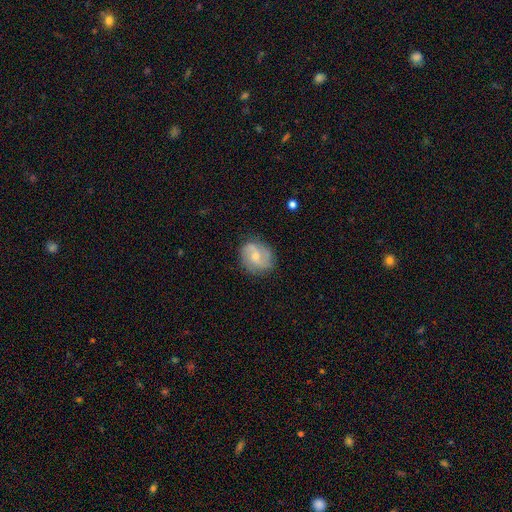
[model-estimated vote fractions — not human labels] A featured or disk galaxy (60%) with no bar (52%), 2 (71%) medium (45%) spiral arms (88%) and a moderate central bulge (48%).

Vote fractions:
- Smooth or featured? featured or disk: 60% / smooth: 33% / star or artifact: 7%
- Edge-on disk? no: 97% / yes: 3%
- Bar? no: 52% / weak: 41% / strong: 8%
- Spiral arms? yes: 88% / no: 12%
- Spiral winding? medium: 45% / loose: 31% / tight: 24%
- Spiral arm count? 2: 71% / can't tell: 14% / 3: 8% / 1: 3% / 4: 2% / more than 4: 2%
- Bulge size? moderate: 48% / small: 46% / none: 3% / large: 2% / dominant: 1%
- Merging? none: 77% / minor disturbance: 16% / major disturbance: 5% / merger: 1%